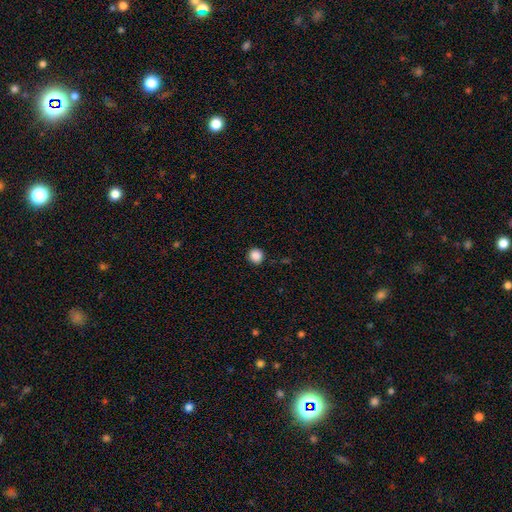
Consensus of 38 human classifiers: Morphology: type=smooth (89%); roundness=round (91%); merging=none (94%).